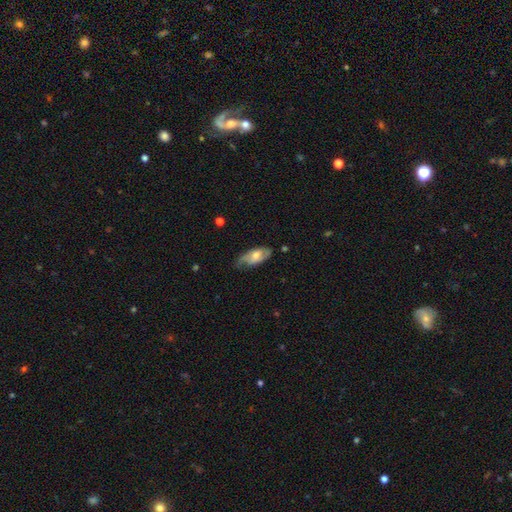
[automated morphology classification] smooth-or-featured: featured or disk: 56% | smooth: 38% | star or artifact: 6%
  disk-edge-on: no: 86% | yes: 14%
  merging: none: 63% | minor disturbance: 27% | major disturbance: 8% | merger: 2%